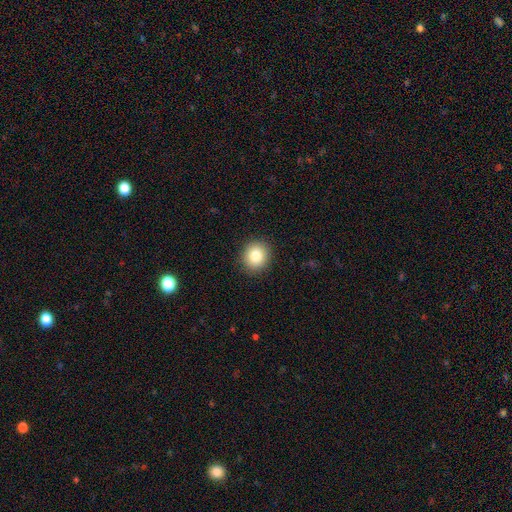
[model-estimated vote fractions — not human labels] The model was most divided on "smooth or featured": smooth: 82%, star or artifact: 10%, featured or disk: 8%. More confident: merging — none (91%); how rounded — round (86%).